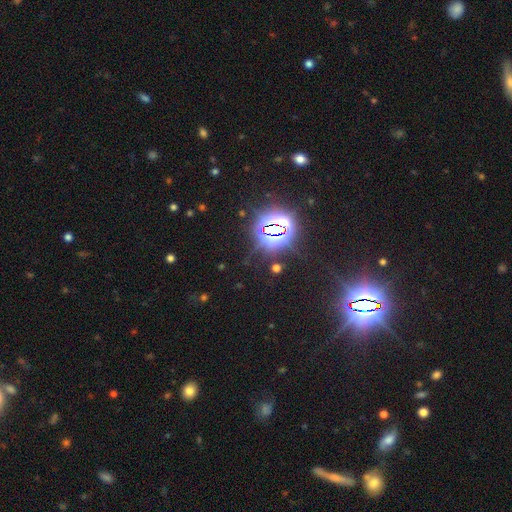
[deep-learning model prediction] Smooth or featured: star or artifact — 84% (smooth — 10%)